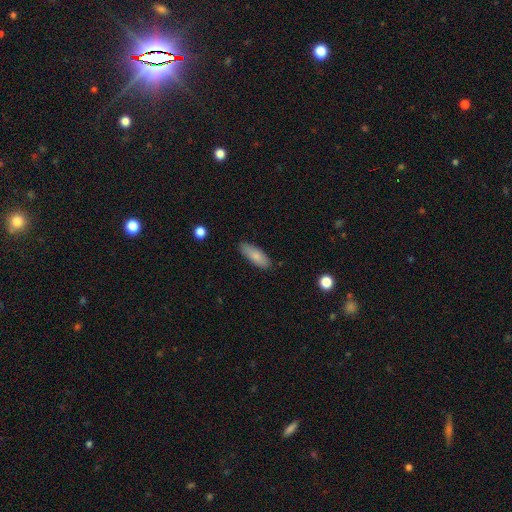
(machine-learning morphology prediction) Smooth or featured?
  - smooth: 81% *
  - featured or disk: 12%
  - star or artifact: 7%
How rounded?
  - in between: 64% *
  - cigar-shaped: 34%
  - round: 2%
Merging?
  - none: 84% *
  - minor disturbance: 13%
  - major disturbance: 2%
  - merger: 1%